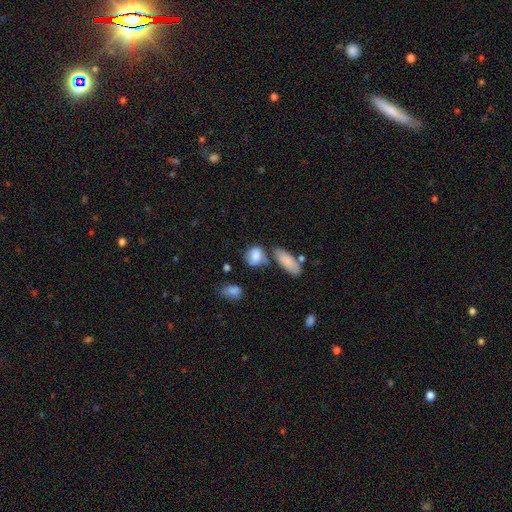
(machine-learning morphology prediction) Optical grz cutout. It shows a smooth galaxy with no disk features (77%) that is in between round and cigar-shaped (64%). Merging: none (51%).